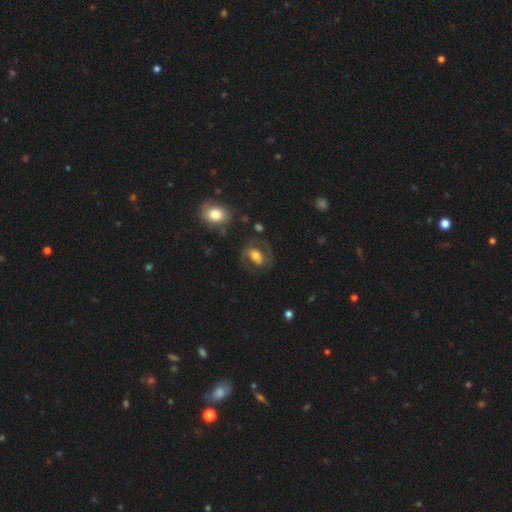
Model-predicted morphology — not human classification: smooth_or_featured: featured or disk (p=0.58) [alt: smooth p=0.35]
disk_edge_on: no (p=0.95) [alt: yes p=0.05]
bar: no (p=0.38) [alt: weak p=0.32]
has_spiral_arms: yes (p=0.71) [alt: no p=0.29]
bulge_size: moderate (p=0.56) [alt: large p=0.24]
merging: none (p=0.62) [alt: major disturbance p=0.17]